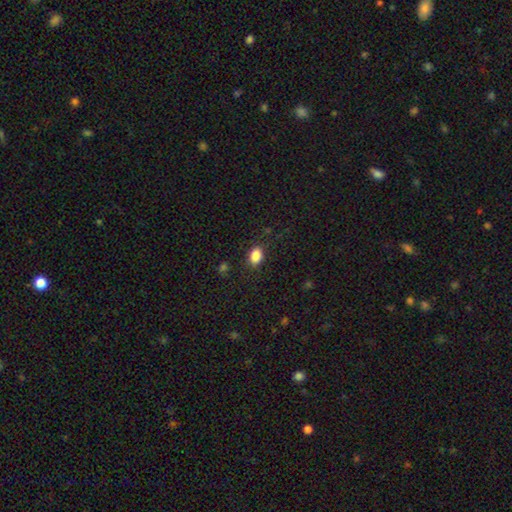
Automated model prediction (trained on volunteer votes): Smooth or featured: smooth — 86% (star or artifact — 9%)
How rounded: in between — 78% (round — 21%)
Merging: none — 84% (minor disturbance — 12%)